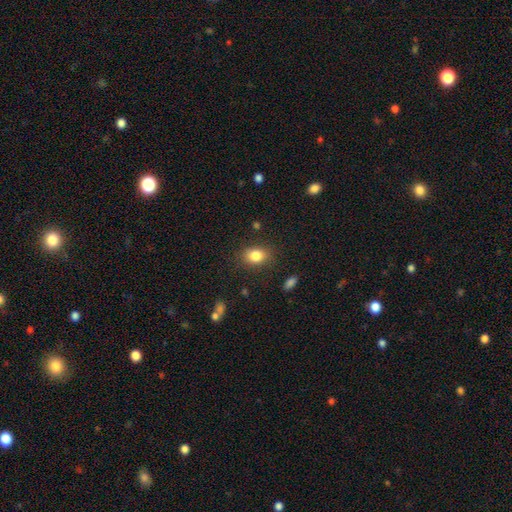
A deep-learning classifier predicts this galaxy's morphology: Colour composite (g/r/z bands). It shows a smooth galaxy with no disk features (83%) that is in between round and cigar-shaped (66%). Merging: none (83%).